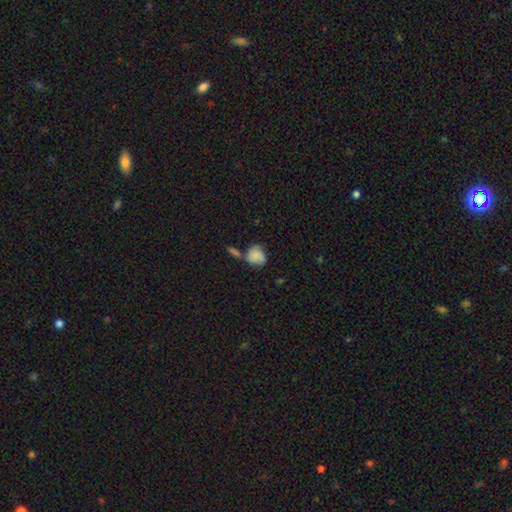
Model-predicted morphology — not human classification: Overall: smooth (74%). How rounded: round (60%; in between 38%). Merging: none (39%; merger 27%).